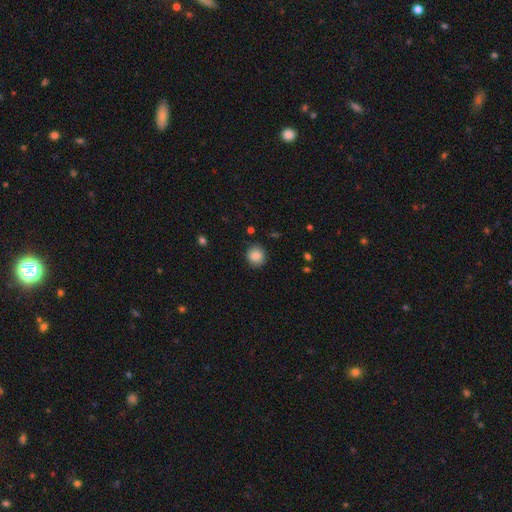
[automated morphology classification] Smooth or featured?
  - smooth: 85% *
  - star or artifact: 9%
  - featured or disk: 6%
How rounded?
  - round: 87% *
  - in between: 12%
  - cigar-shaped: 1%
Merging?
  - none: 87% *
  - minor disturbance: 10%
  - major disturbance: 2%
  - merger: 1%